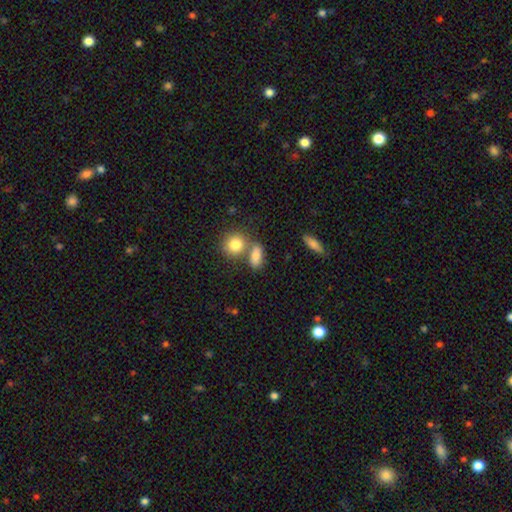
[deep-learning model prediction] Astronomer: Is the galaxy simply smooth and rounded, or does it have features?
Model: smooth — 82%.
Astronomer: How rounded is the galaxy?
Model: in between — 72%.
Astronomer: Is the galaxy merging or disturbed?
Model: none — 47% (runner-up: merger, 36%).